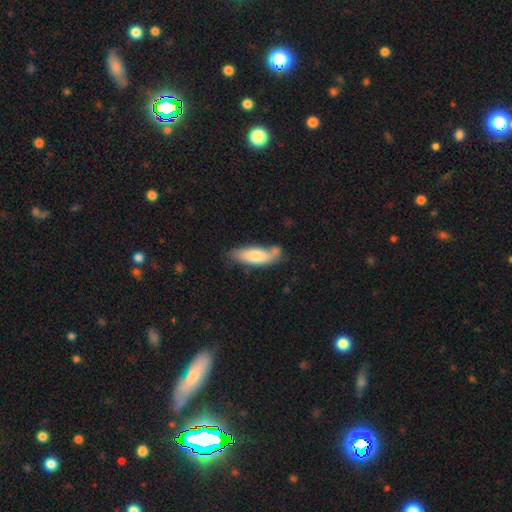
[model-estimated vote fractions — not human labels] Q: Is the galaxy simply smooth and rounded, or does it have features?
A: smooth — 75%.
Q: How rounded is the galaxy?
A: in between — 57%.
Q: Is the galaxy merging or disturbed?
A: none — 56%.